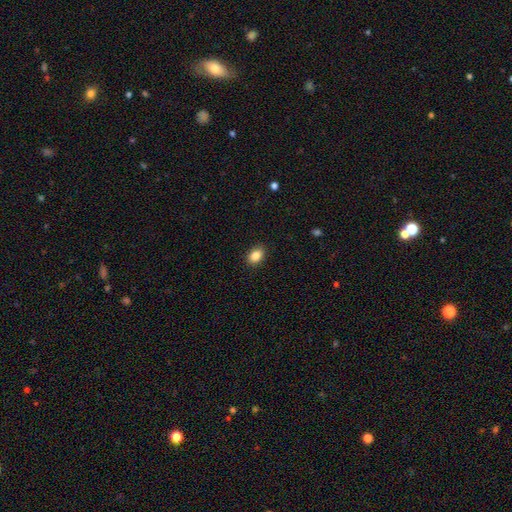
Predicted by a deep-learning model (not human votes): Smooth or featured?
  - smooth: 86% *
  - star or artifact: 9%
  - featured or disk: 5%
How rounded?
  - in between: 71% *
  - round: 28%
  - cigar-shaped: 1%
Merging?
  - none: 90% *
  - minor disturbance: 8%
  - major disturbance: 2%
  - merger: 1%